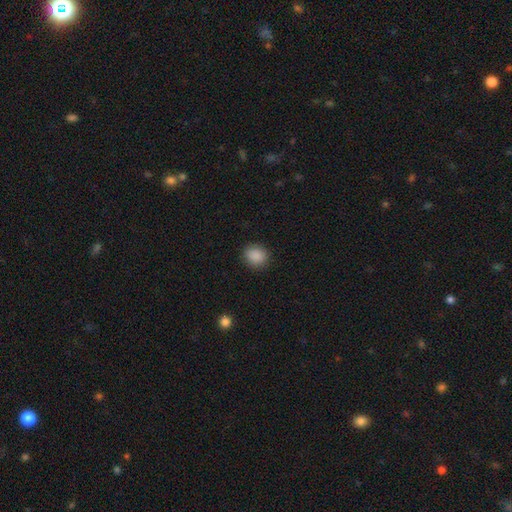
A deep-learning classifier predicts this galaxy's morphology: type=smooth (88%); roundness=round (75%); merging=none (89%).